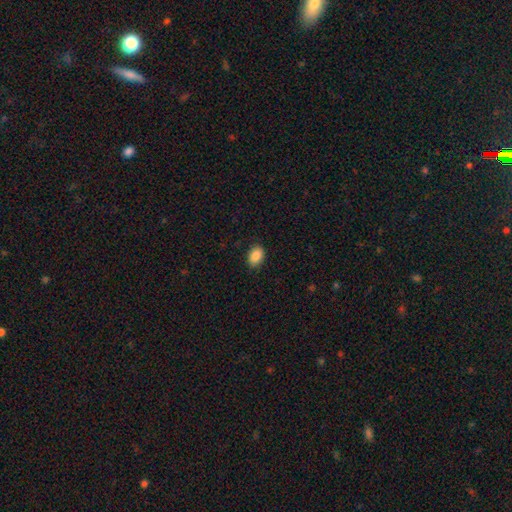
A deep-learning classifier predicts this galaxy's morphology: Smooth or featured? smooth (88%)
How rounded? in between (81%)
Merging? none (87%)